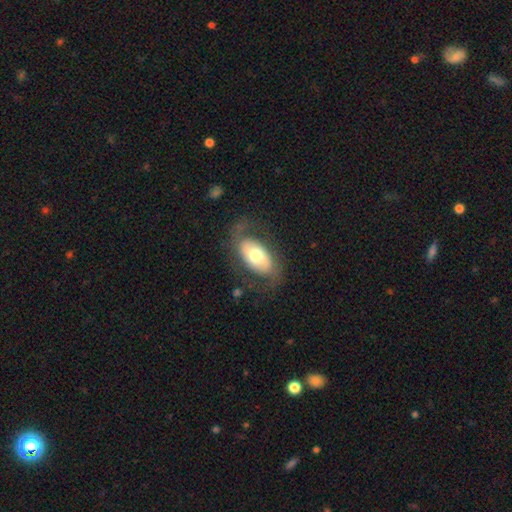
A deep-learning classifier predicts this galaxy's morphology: A featured or disk galaxy (48%).

Vote fractions:
- Smooth or featured? featured or disk: 48% / smooth: 46% / star or artifact: 6%
- Merging? none: 69% / minor disturbance: 17% / major disturbance: 13% / merger: 1%